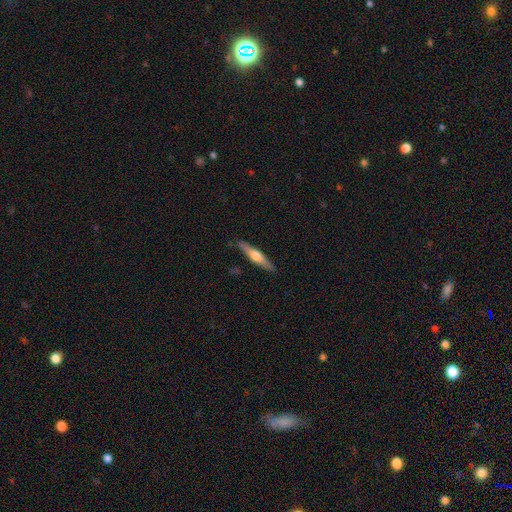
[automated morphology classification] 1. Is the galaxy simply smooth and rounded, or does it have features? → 55% featured or disk, 40% smooth, 5% star or artifact.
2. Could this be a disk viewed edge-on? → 96% yes, 4% no.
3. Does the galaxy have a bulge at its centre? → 89% rounded, 6% boxy, 5% none.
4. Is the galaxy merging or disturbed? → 89% none, 8% minor disturbance, 2% major disturbance, 1% merger.